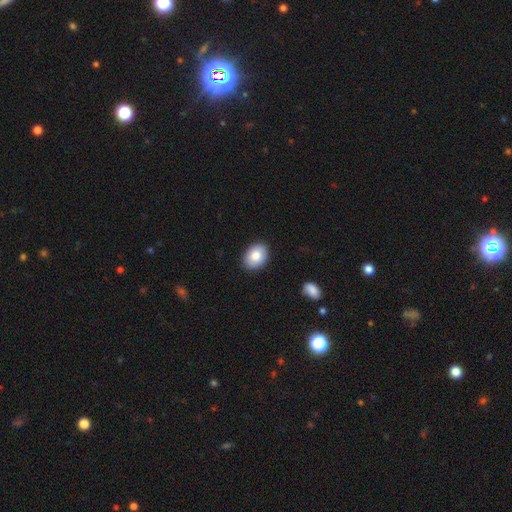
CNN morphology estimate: smooth 83%, featured or disk 10%, star or artifact 7%. Down the decision tree: how rounded — in between (75%); merging — none (89%).